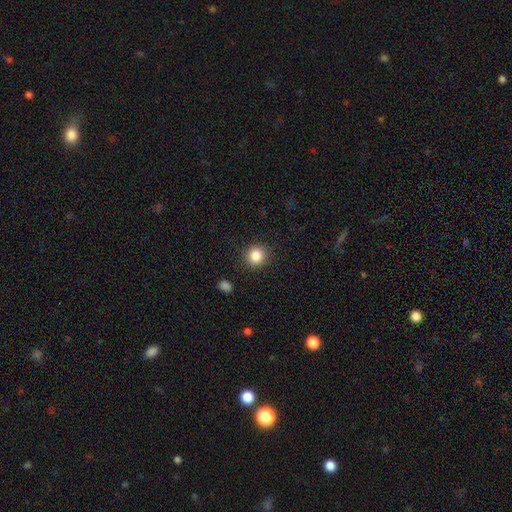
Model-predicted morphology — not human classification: A smooth galaxy with no disk features (85%) that is round (89%). Merging: none (90%).